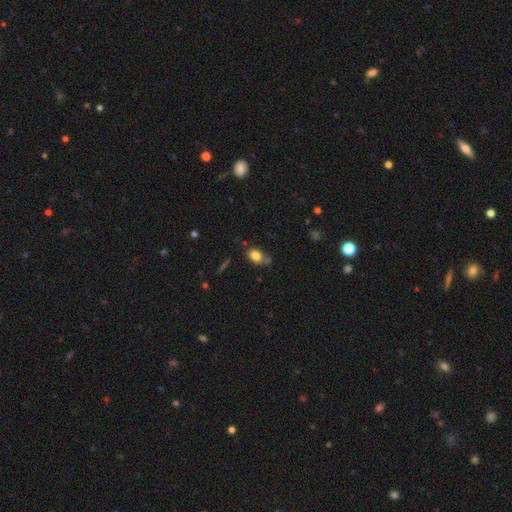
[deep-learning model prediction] This is clearly a smooth galaxy (81%). How rounded: likely in between (73%). Merging: likely none (62%).